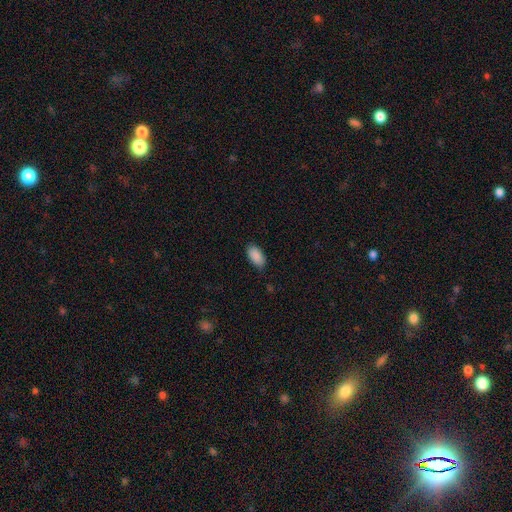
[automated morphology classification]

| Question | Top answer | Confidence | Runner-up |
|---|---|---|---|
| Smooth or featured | smooth | 90% | star or artifact (7%) |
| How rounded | in between | 94% | cigar-shaped (4%) |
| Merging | none | 81% | minor disturbance (16%) |